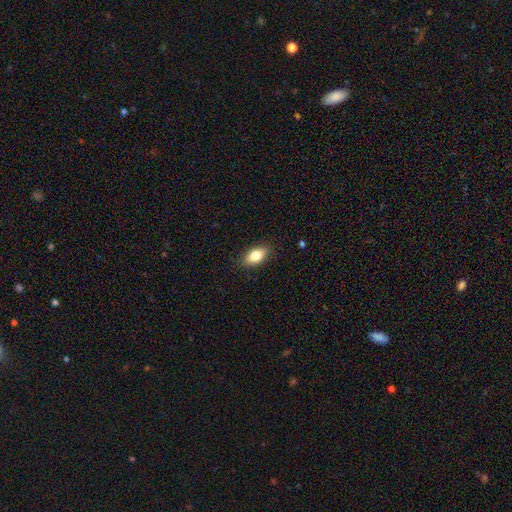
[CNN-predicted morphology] A smooth galaxy with no disk features (81%) that is in between round and cigar-shaped (88%). Merging: none (88%).